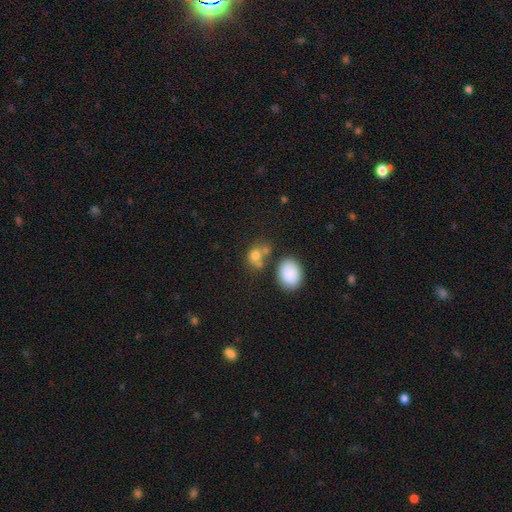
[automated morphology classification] A smooth galaxy with no disk features (77%) that is round (56%). Merging: none (45%).